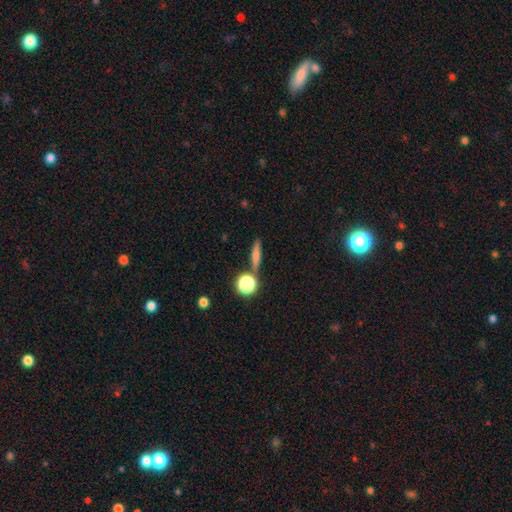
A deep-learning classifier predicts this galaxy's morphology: Smooth or featured? smooth (54%)
How rounded? cigar-shaped (64%)
Merging? none (78%)